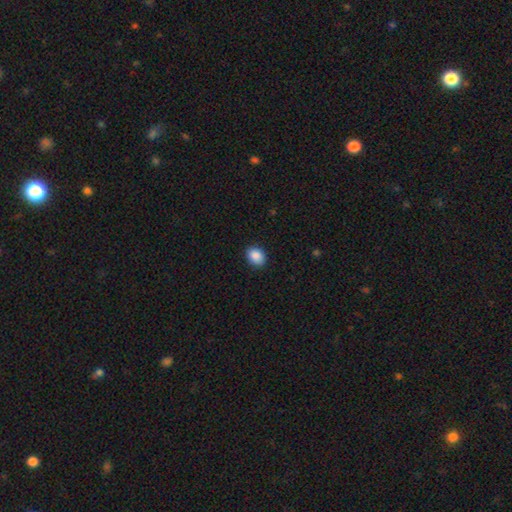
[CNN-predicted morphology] smooth_or_featured: smooth (p=0.89) [alt: star or artifact p=0.08]
how_rounded: in between (p=0.66) [alt: round p=0.33]
merging: none (p=0.89) [alt: minor disturbance p=0.08]